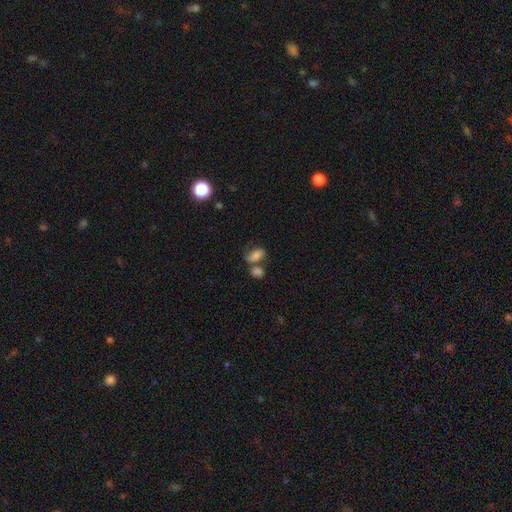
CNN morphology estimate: smooth-or-featured: smooth: 65% | featured or disk: 24% | star or artifact: 11%
  how-rounded: in between: 85% | round: 13% | cigar-shaped: 3%
  merging: merger: 40% | none: 32% | minor disturbance: 16% | major disturbance: 13%